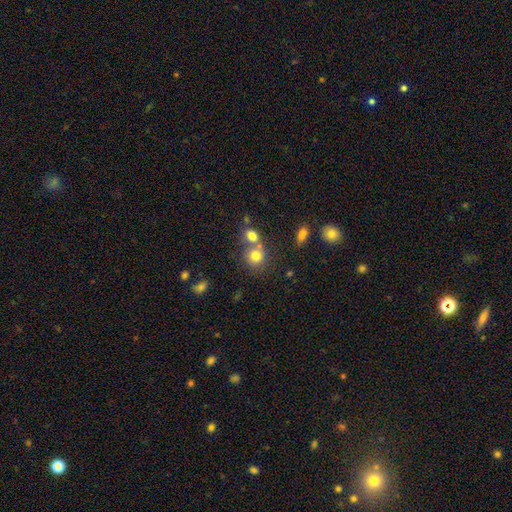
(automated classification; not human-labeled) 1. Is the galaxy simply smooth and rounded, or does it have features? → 77% smooth, 12% star or artifact, 11% featured or disk.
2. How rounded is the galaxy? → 82% round, 17% in between, 1% cigar-shaped.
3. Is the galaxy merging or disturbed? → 47% none, 40% merger, 9% minor disturbance, 4% major disturbance.